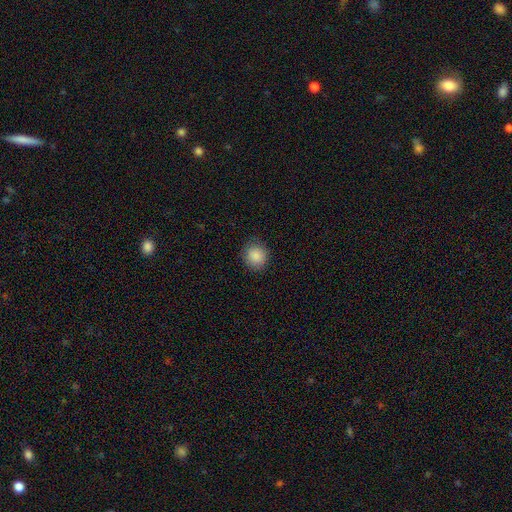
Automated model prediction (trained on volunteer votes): Smooth or featured?
  - smooth: 88% *
  - star or artifact: 8%
  - featured or disk: 4%
How rounded?
  - round: 84% *
  - in between: 15%
  - cigar-shaped: 1%
Merging?
  - none: 85% *
  - minor disturbance: 11%
  - major disturbance: 3%
  - merger: 1%